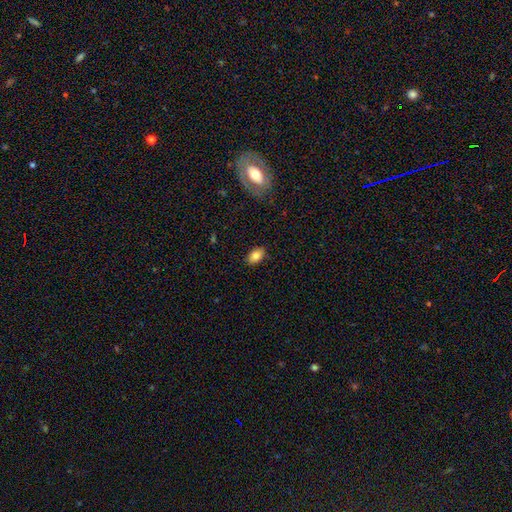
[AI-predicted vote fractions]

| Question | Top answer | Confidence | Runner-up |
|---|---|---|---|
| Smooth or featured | smooth | 82% | featured or disk (9%) |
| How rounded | in between | 88% | round (10%) |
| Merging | none | 85% | minor disturbance (11%) |